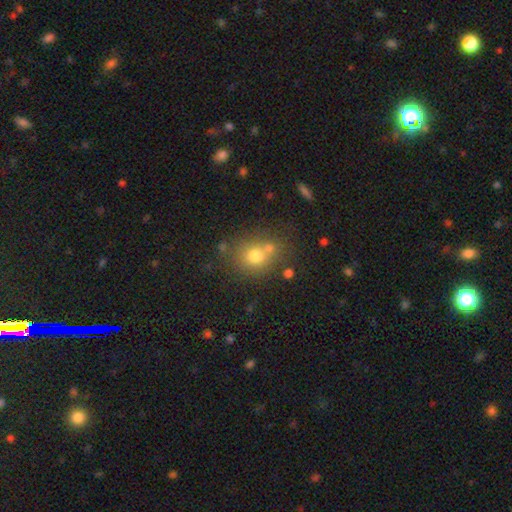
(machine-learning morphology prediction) Overall: smooth (71%). How rounded: round (75%). Merging: none (59%; merger 24%).